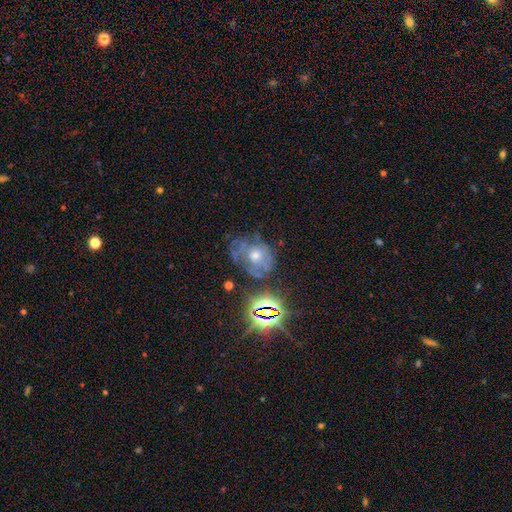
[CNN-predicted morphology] This appears to be a featured or disk galaxy (46%). Merging: none (53%).